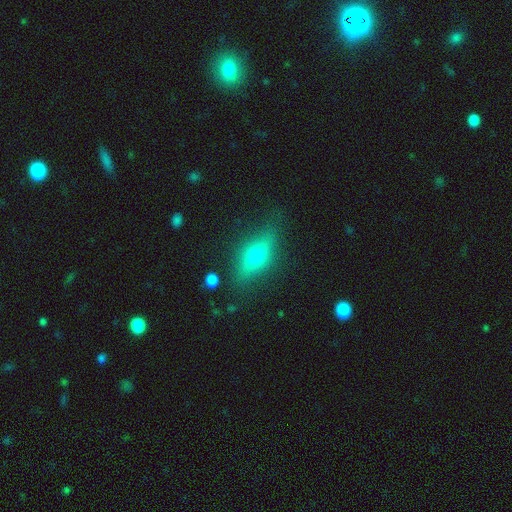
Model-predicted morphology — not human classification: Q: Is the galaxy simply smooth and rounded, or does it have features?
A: featured or disk — 45%.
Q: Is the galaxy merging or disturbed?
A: none — 81%.